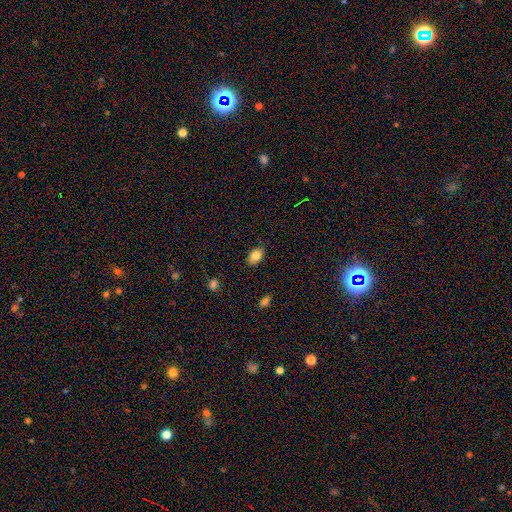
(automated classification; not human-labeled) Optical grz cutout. It shows a smooth galaxy with no disk features (82%) that is in between round and cigar-shaped (84%). Merging: none (82%).